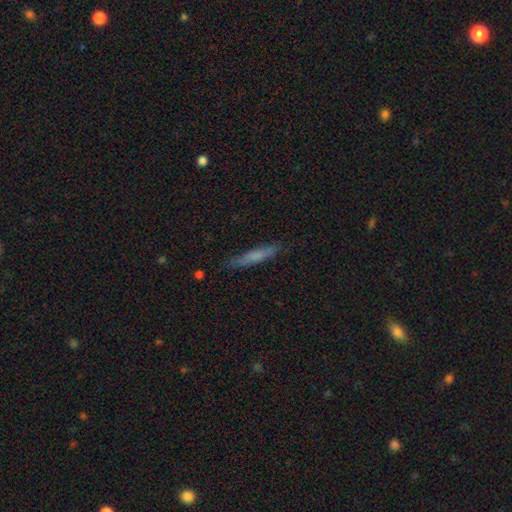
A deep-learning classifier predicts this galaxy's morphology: A smooth galaxy with no disk features (62%) that is cigar-shaped (93%).

Vote fractions:
- Smooth or featured? smooth: 62% / featured or disk: 30% / star or artifact: 8%
- How rounded? cigar-shaped: 93% / in between: 6% / round: 1%
- Merging? none: 83% / minor disturbance: 13% / major disturbance: 3% / merger: 2%